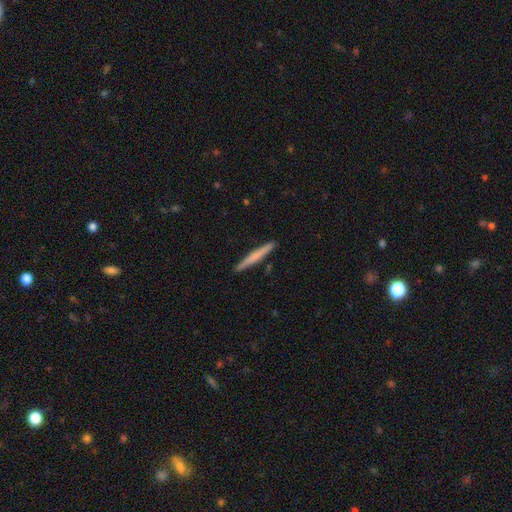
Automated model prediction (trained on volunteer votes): Smooth or featured? smooth (59%)
How rounded? cigar-shaped (96%)
Merging? none (91%)